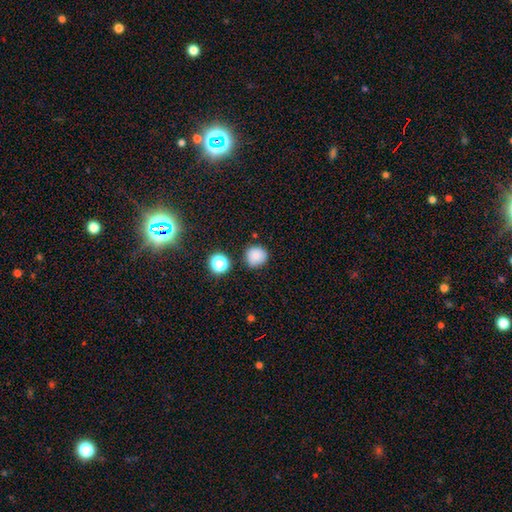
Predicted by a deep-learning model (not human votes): Q: Smooth or featured?
A: smooth (82%); runner-up: star or artifact (12%)
Q: How rounded?
A: round (90%); runner-up: in between (9%)
Q: Merging?
A: none (80%); runner-up: minor disturbance (13%)